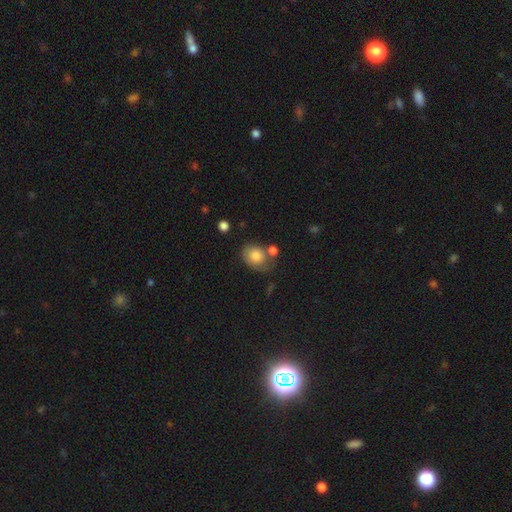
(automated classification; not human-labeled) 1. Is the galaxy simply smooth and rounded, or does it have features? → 81% smooth, 11% featured or disk, 8% star or artifact.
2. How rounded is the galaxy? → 54% in between, 45% round, 1% cigar-shaped.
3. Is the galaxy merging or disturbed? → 51% none, 23% minor disturbance, 16% merger, 10% major disturbance.